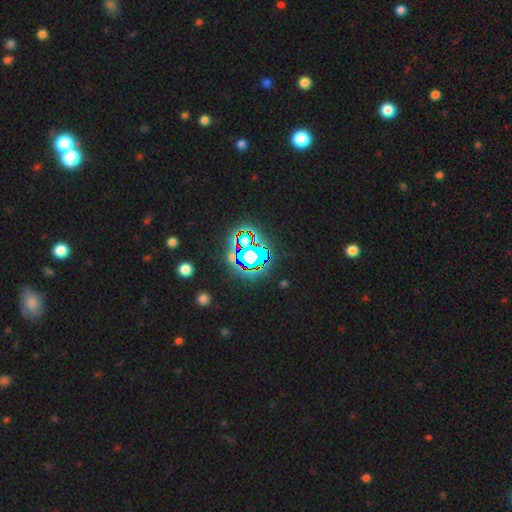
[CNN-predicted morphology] A star or artifact, not a galaxy (69%).

Vote fractions:
- Smooth or featured? star or artifact: 69% / smooth: 17% / featured or disk: 14%